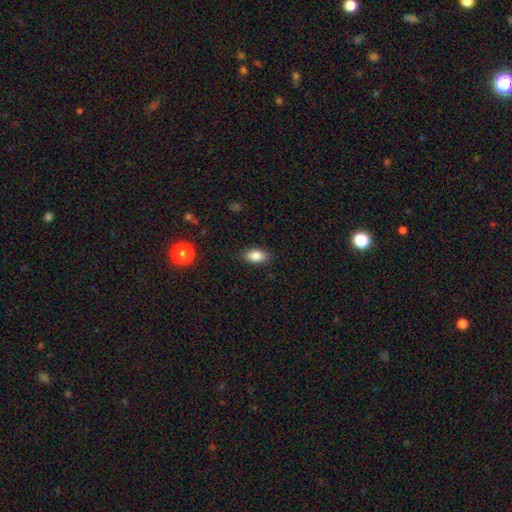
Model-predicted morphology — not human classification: Overall: smooth (86%). How rounded: in between (89%). Merging: none (84%).